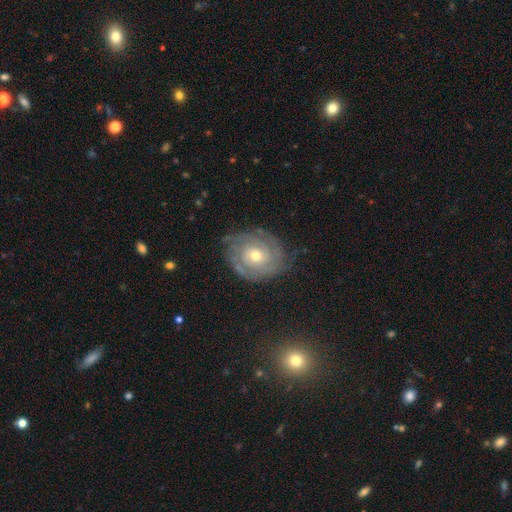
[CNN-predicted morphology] A featured or disk galaxy (82%) with no bar (78%), tight (77%) spiral arms (94%) and a moderate central bulge (57%).

Vote fractions:
- Smooth or featured? featured or disk: 82% / smooth: 10% / star or artifact: 7%
- Edge-on disk? no: 97% / yes: 3%
- Bar? no: 78% / weak: 18% / strong: 4%
- Spiral arms? yes: 94% / no: 6%
- Spiral winding? tight: 77% / medium: 18% / loose: 4%
- Spiral arm count? can't tell: 32% / 2: 27% / 3: 21% / 4: 9% / 1: 6% / more than 4: 6%
- Bulge size? moderate: 57% / small: 39% / large: 2% / none: 1% / dominant: 1%
- Merging? none: 77% / minor disturbance: 16% / major disturbance: 5% / merger: 1%